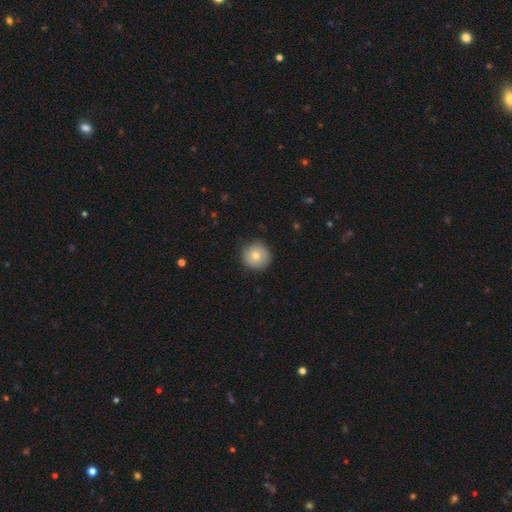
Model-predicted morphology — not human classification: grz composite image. It shows a smooth galaxy with no disk features (76%) that is round (95%). Merging: none (86%).